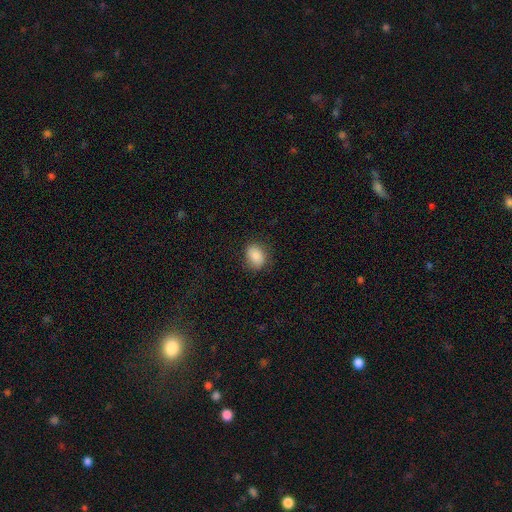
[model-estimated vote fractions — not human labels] This is clearly a smooth galaxy (87%). How rounded: likely in between (64%). Merging: clearly none (81%).